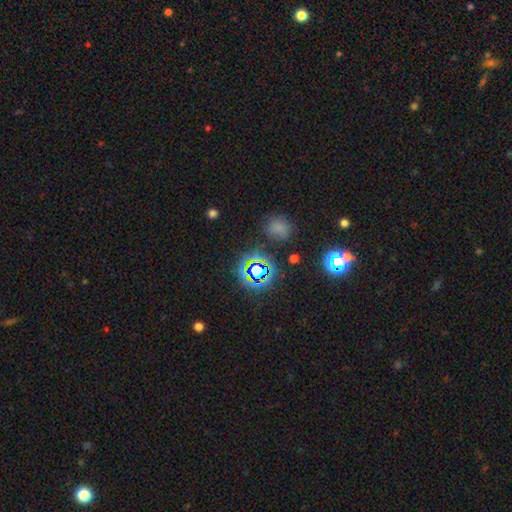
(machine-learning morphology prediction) Smooth or featured: star or artifact — 63% (smooth — 25%)